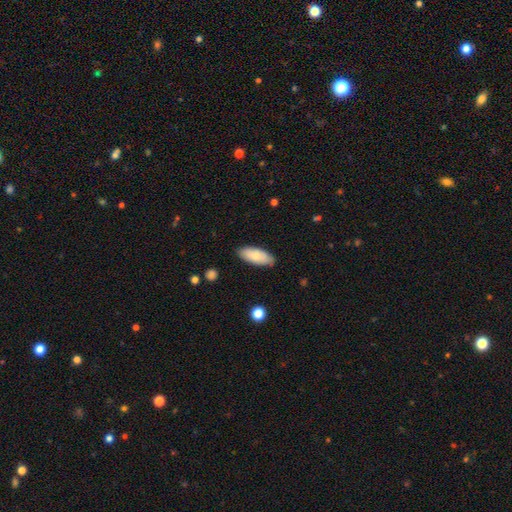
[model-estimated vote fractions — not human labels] Smooth or featured?
  - smooth: 80% *
  - featured or disk: 15%
  - star or artifact: 6%
How rounded?
  - in between: 82% *
  - cigar-shaped: 16%
  - round: 2%
Merging?
  - none: 84% *
  - minor disturbance: 12%
  - major disturbance: 2%
  - merger: 1%